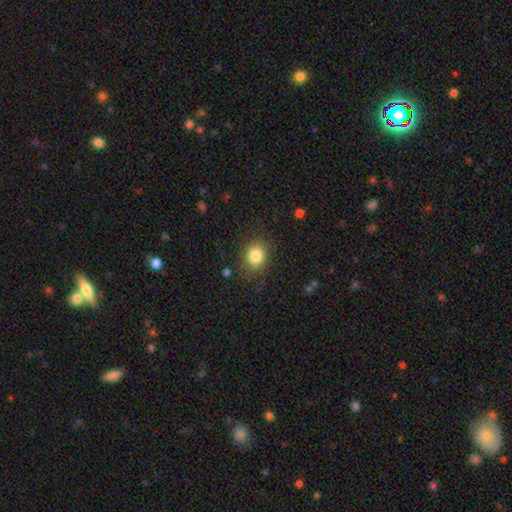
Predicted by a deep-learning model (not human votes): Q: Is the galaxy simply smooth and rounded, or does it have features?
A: smooth — 83%.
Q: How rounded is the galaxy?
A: round — 56%.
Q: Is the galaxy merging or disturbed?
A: none — 78%.